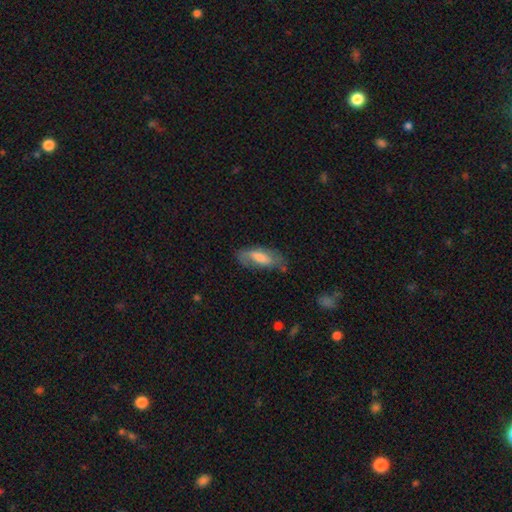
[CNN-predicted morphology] smooth 49%, featured or disk 42%, star or artifact 9%. Down the decision tree: merging — none (65%).